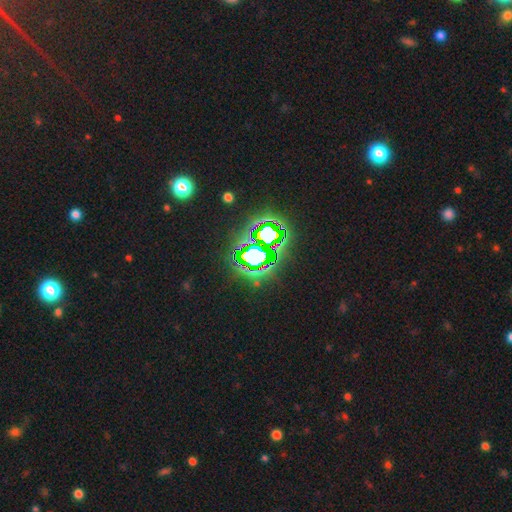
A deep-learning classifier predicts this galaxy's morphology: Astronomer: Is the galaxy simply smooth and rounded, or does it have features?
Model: star or artifact — 75%.